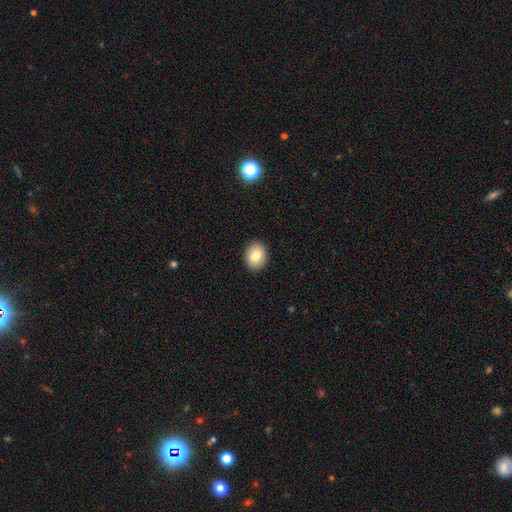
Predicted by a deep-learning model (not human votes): This appears to be a smooth galaxy with no disk features (81%) that is round (56%). Merging: none (91%).